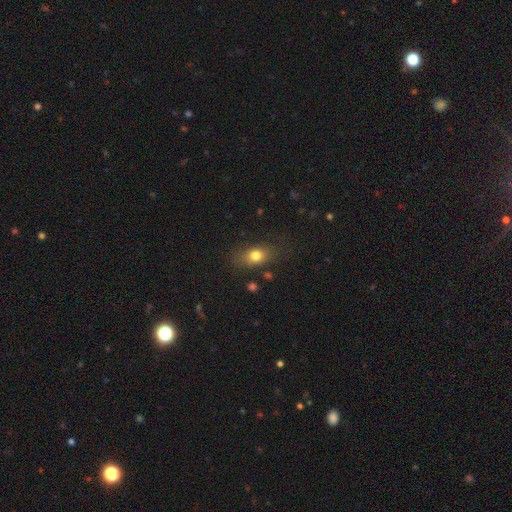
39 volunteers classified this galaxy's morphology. smooth-or-featured: smooth: 85% | featured or disk: 8% | star or artifact: 8%
  how-rounded: in between: 76% | round: 24% | cigar-shaped: 0%
  merging: none: 69% | minor disturbance: 22% | major disturbance: 8% | merger: 0%